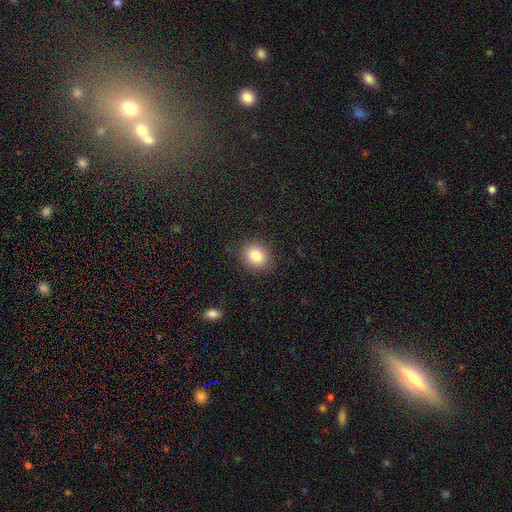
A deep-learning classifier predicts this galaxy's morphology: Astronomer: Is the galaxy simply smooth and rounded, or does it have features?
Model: smooth — 84%.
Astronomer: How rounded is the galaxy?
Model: round — 66%.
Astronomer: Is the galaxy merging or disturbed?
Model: none — 88%.